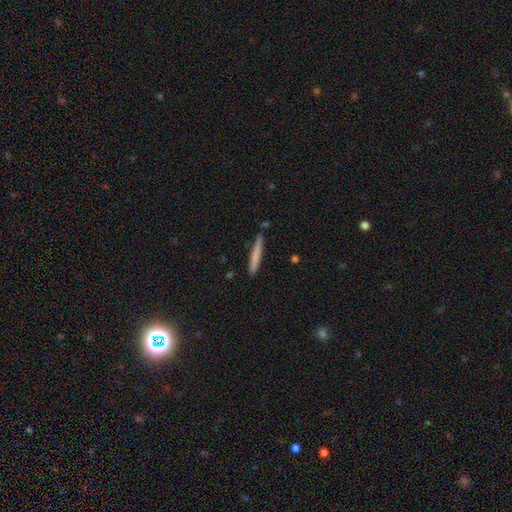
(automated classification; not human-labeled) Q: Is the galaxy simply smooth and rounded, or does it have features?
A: smooth — 72%.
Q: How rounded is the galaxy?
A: cigar-shaped — 96%.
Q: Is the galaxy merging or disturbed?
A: none — 85%.